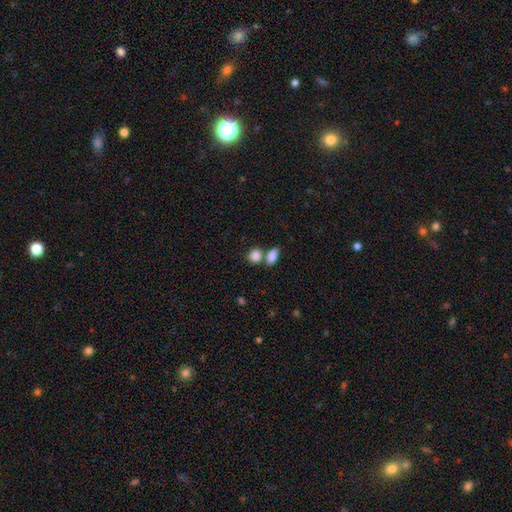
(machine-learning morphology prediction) This is clearly a smooth galaxy (86%). How rounded: possibly round (51%). Merging: possibly none (47%).